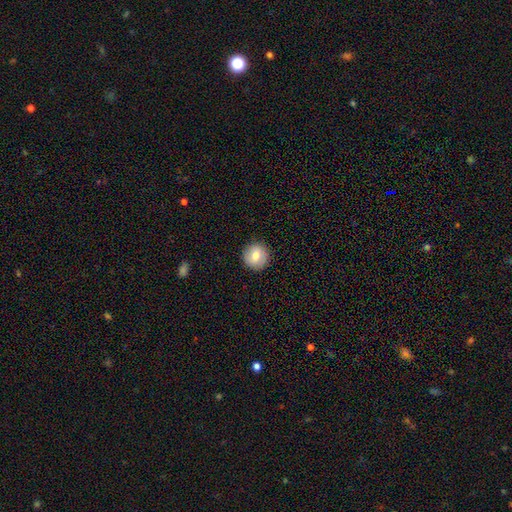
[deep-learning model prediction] The model was most divided on "smooth or featured": smooth: 74%, featured or disk: 17%, star or artifact: 8%. More confident: how rounded — round (94%); merging — none (91%).